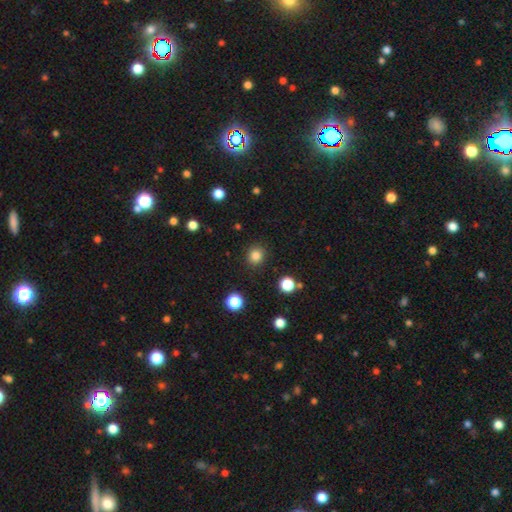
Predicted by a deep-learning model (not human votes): Smooth or featured? Predicted: smooth (p=0.83). How rounded? Predicted: round (p=0.89). Merging? Predicted: none (p=0.90).